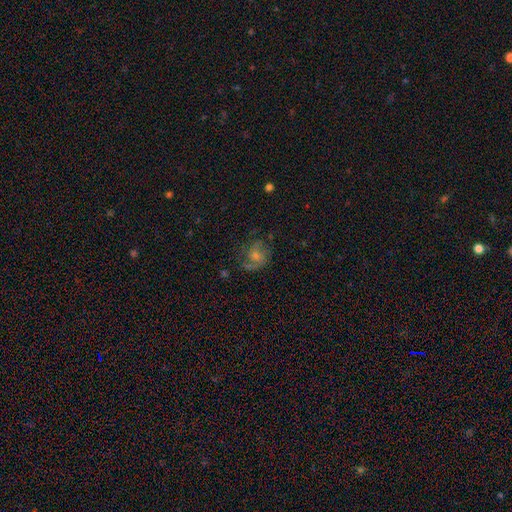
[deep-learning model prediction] A featured or disk galaxy (63%) with no bar (68%), 2 (59%) medium (47%) spiral arms (87%) and a small central bulge (46%).

Vote fractions:
- Smooth or featured? featured or disk: 63% / smooth: 23% / star or artifact: 14%
- Edge-on disk? no: 97% / yes: 3%
- Bar? no: 68% / weak: 28% / strong: 5%
- Spiral arms? yes: 87% / no: 13%
- Spiral winding? medium: 47% / loose: 29% / tight: 24%
- Spiral arm count? 2: 59% / can't tell: 17% / 1: 14% / 3: 6% / 4: 2% / more than 4: 2%
- Bulge size? small: 46% / moderate: 44% / none: 5% / large: 4% / dominant: 1%
- Merging? none: 63% / minor disturbance: 20% / major disturbance: 15% / merger: 2%